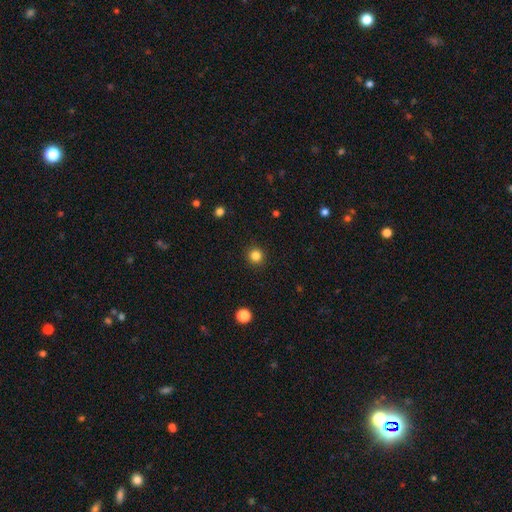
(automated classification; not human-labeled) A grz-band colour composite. It shows a smooth galaxy with no disk features (83%) that is round (95%). Merging: none (92%).